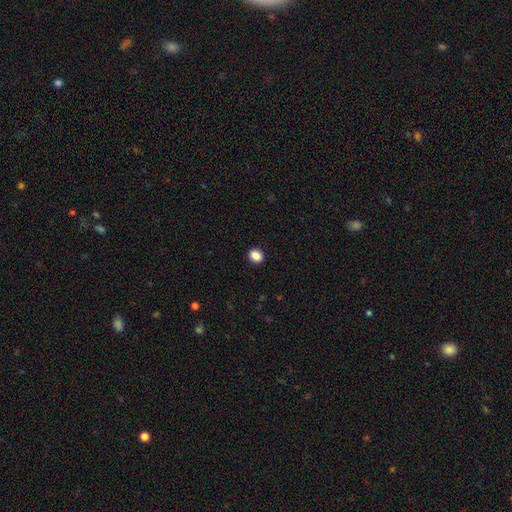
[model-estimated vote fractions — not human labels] The model was most divided on "how rounded": round: 58%, in between: 41%, cigar-shaped: 1%. More confident: merging — none (92%); smooth or featured — smooth (88%).